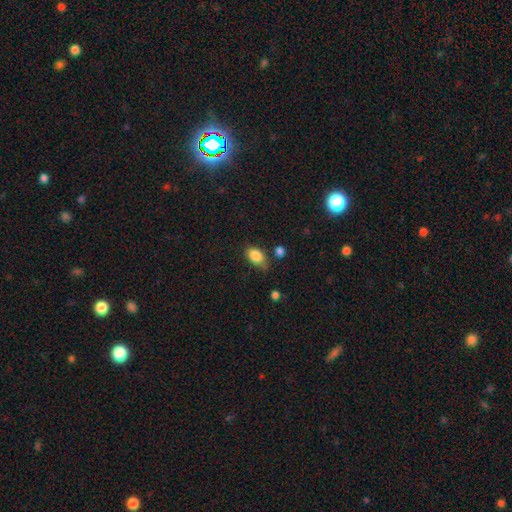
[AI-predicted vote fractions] A smooth galaxy with no disk features (85%) that is in between round and cigar-shaped (86%).

Vote fractions:
- Smooth or featured? smooth: 85% / star or artifact: 9% / featured or disk: 6%
- How rounded? in between: 86% / round: 13% / cigar-shaped: 2%
- Merging? none: 64% / minor disturbance: 25% / major disturbance: 6% / merger: 6%